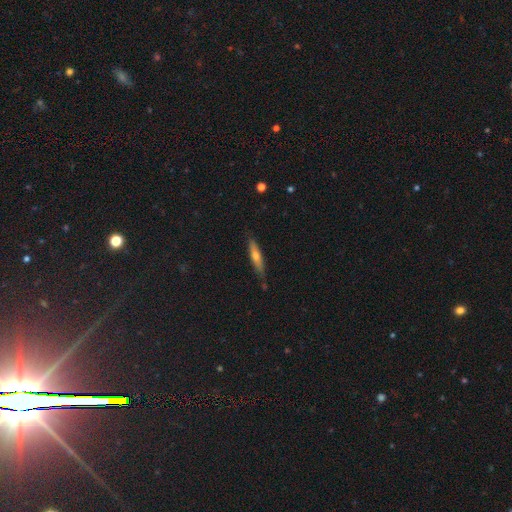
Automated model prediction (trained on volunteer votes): featured or disk 50%, smooth 42%, star or artifact 8%. Down the decision tree: edge-on disk — yes (90%); merging — none (83%).